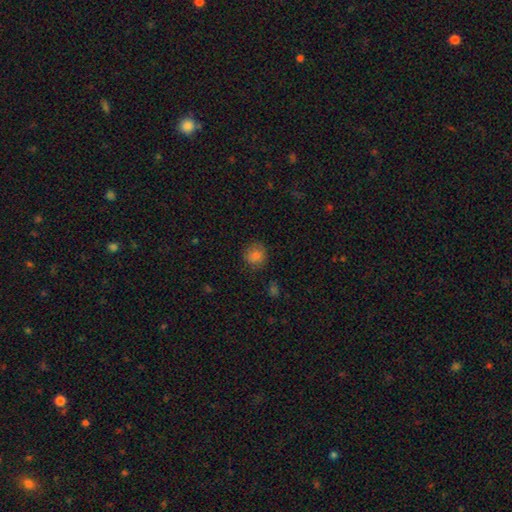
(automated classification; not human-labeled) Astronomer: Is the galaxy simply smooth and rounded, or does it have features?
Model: smooth — 80%.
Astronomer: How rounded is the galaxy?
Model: round — 87%.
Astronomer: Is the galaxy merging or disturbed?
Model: none — 81%.